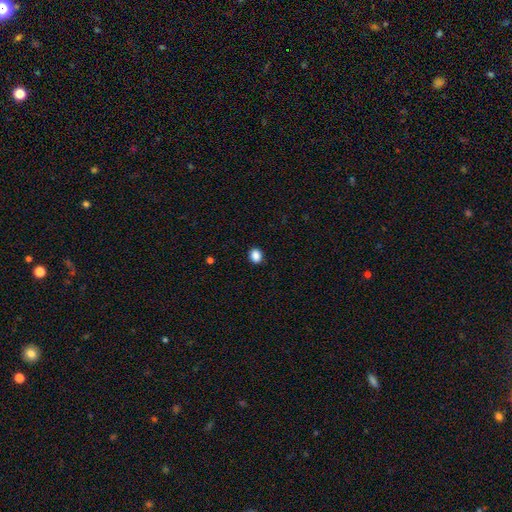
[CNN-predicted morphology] A smooth galaxy with no disk features (88%) that is in between round and cigar-shaped (50%). Merging: none (90%).